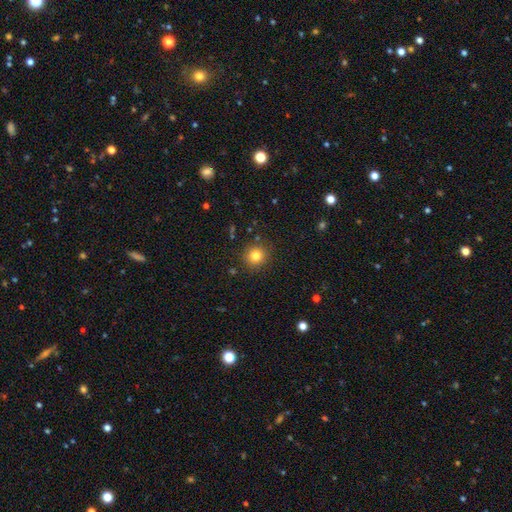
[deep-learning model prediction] A smooth galaxy with no disk features (80%) that is round (92%).

Vote fractions:
- Smooth or featured? smooth: 80% / star or artifact: 13% / featured or disk: 7%
- How rounded? round: 92% / in between: 7% / cigar-shaped: 1%
- Merging? none: 88% / minor disturbance: 7% / major disturbance: 2% / merger: 2%